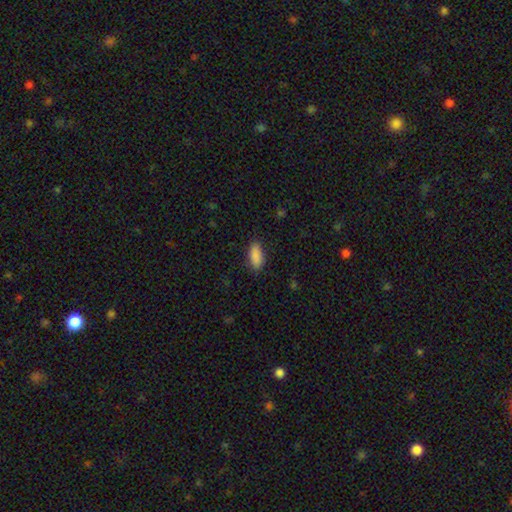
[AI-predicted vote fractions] This appears to be a smooth galaxy with no disk features (89%) that is in between round and cigar-shaped (81%). Merging: none (83%).